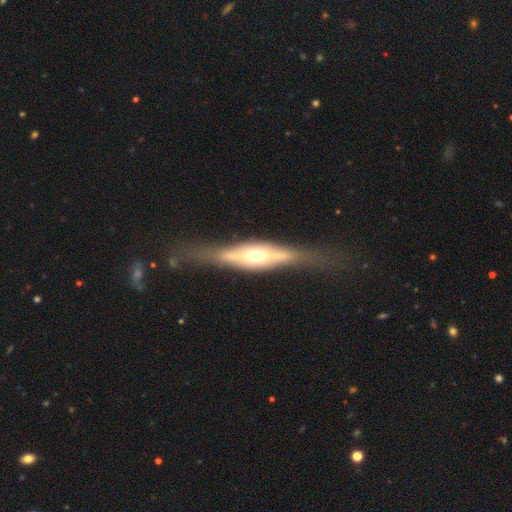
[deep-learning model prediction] featured or disk 76%, smooth 18%, star or artifact 6%. Down the decision tree: edge-on disk — yes (93%); edge-on bulge — rounded (84%); merging — none (78%).